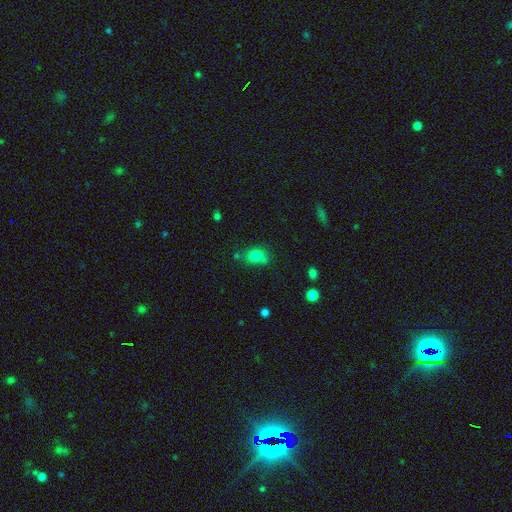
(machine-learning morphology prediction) The model was most divided on "how rounded": in between: 52%, round: 46%, cigar-shaped: 2%. More confident: smooth or featured — smooth (79%); merging — none (59%).